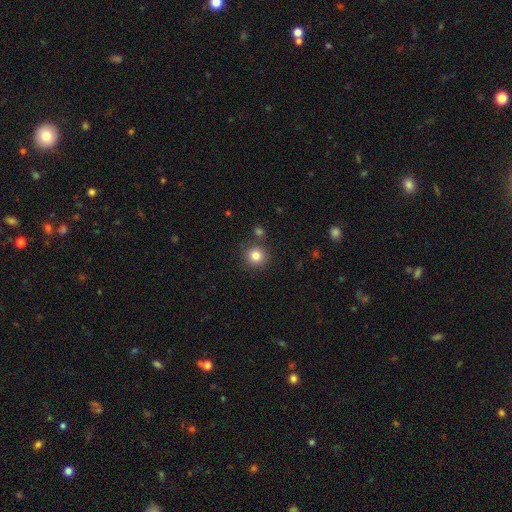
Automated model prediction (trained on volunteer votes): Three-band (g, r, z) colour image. It shows a smooth galaxy with no disk features (82%) that is round (92%). Merging: none (83%).